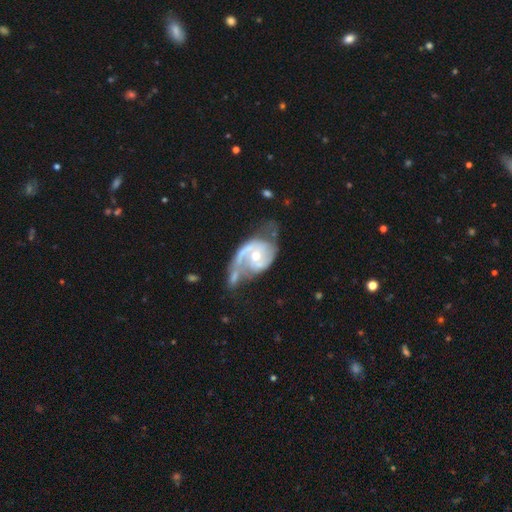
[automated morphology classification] Smooth or featured?
  - featured or disk: 86% *
  - smooth: 9%
  - star or artifact: 5%
Edge-on disk?
  - no: 97% *
  - yes: 3%
Bar?
  - no: 63% *
  - weak: 30%
  - strong: 7%
Spiral arms?
  - yes: 93% *
  - no: 7%
Spiral winding?
  - medium: 45% *
  - tight: 29%
  - loose: 27%
Spiral arm count?
  - 2: 70% *
  - 1: 16%
  - can't tell: 8%
  - 3: 3%
  - 4: 1%
  - more than 4: 1%
Bulge size?
  - moderate: 58% *
  - small: 37%
  - large: 3%
  - none: 1%
  - dominant: 1%
Merging?
  - none: 34% *
  - major disturbance: 27%
  - minor disturbance: 25%
  - merger: 14%